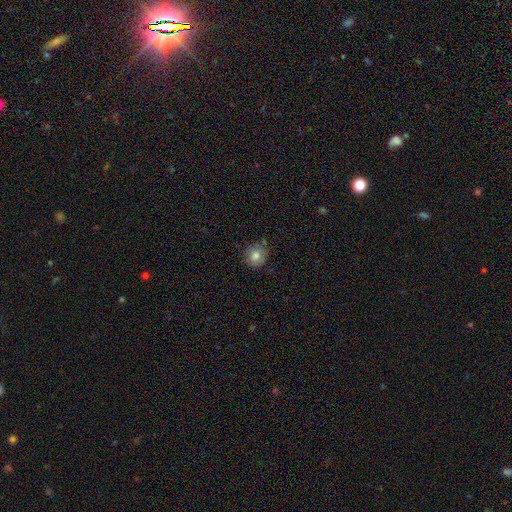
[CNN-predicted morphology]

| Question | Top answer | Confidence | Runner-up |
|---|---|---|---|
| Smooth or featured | smooth | 81% | star or artifact (10%) |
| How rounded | round | 86% | in between (13%) |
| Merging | none | 79% | minor disturbance (15%) |